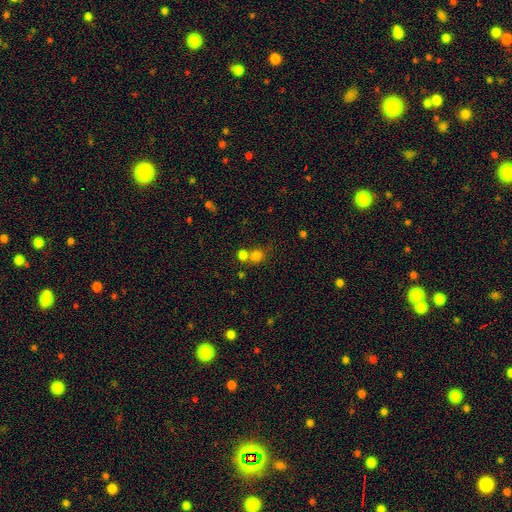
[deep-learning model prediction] This appears to be a smooth galaxy with no disk features (76%) that is round (81%). Merging: none (47%).